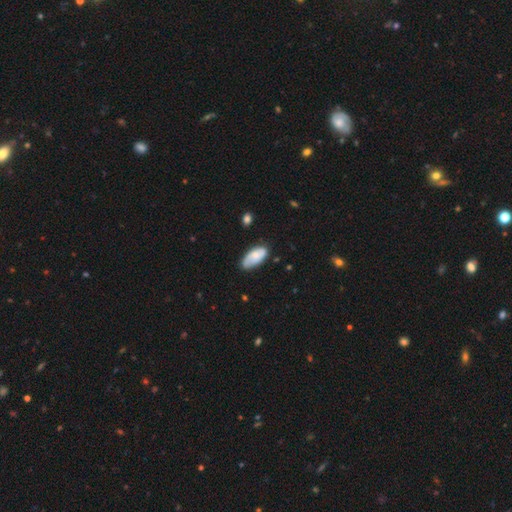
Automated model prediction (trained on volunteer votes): A smooth galaxy with no disk features (60%) that is in between round and cigar-shaped (92%). Merging: none (68%).